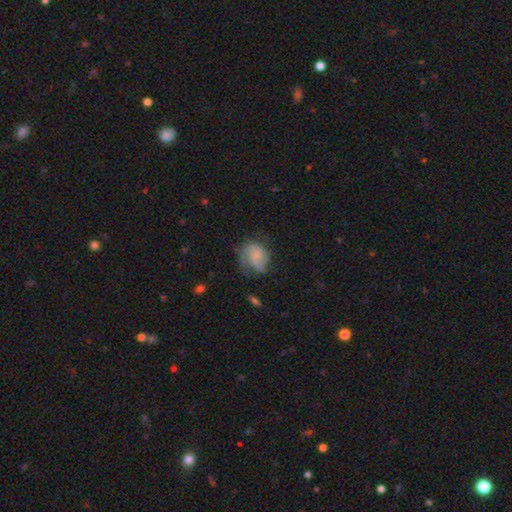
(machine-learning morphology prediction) A featured or disk galaxy (53%) with no bar (76%), spiral arms (86%) and no central bulge (53%).

Vote fractions:
- Smooth or featured? featured or disk: 53% / smooth: 38% / star or artifact: 9%
- Edge-on disk? no: 98% / yes: 2%
- Bar? no: 76% / weak: 21% / strong: 3%
- Spiral arms? yes: 86% / no: 14%
- Bulge size? none: 53% / small: 28% / moderate: 11% / large: 5% / dominant: 2%
- Merging? none: 49% / minor disturbance: 27% / major disturbance: 23% / merger: 2%